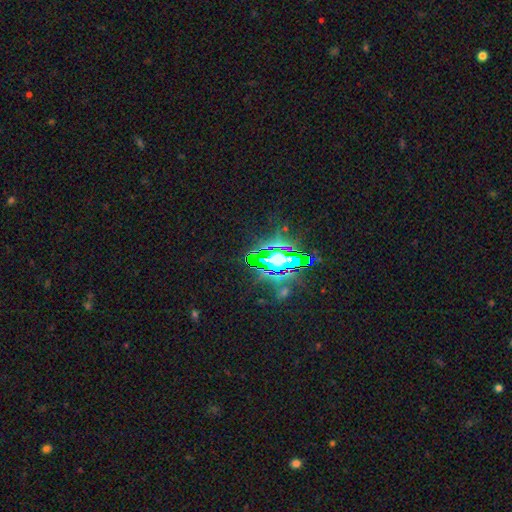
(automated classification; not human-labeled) smooth-or-featured: star or artifact: 77% | smooth: 12% | featured or disk: 11%